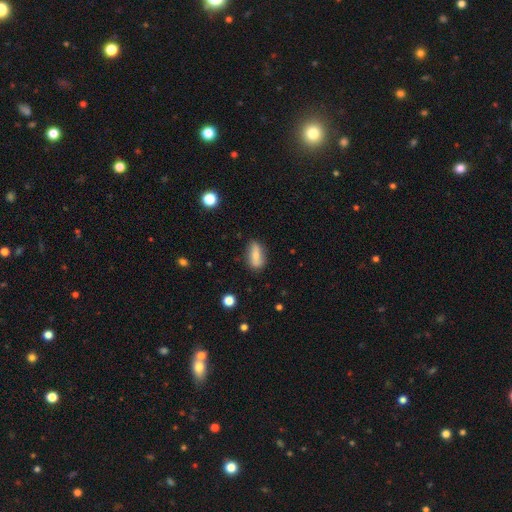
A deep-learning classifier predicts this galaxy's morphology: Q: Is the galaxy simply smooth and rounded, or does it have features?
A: smooth — 67%.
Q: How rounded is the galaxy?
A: in between — 76%.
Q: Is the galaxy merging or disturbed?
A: none — 75%.